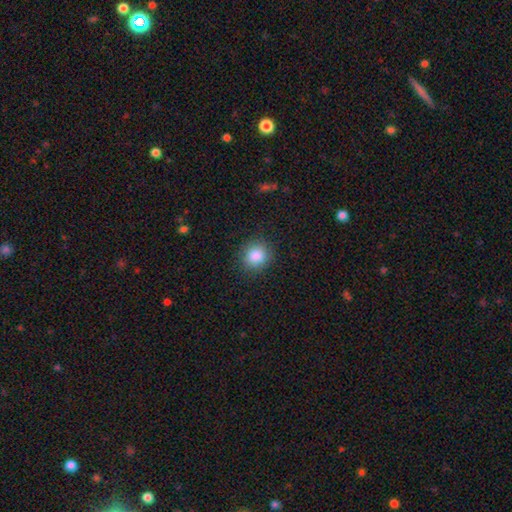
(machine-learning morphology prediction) smooth_or_featured: smooth (p=0.87) [alt: star or artifact p=0.09]
how_rounded: round (p=0.83) [alt: in between p=0.16]
merging: none (p=0.87) [alt: minor disturbance p=0.09]